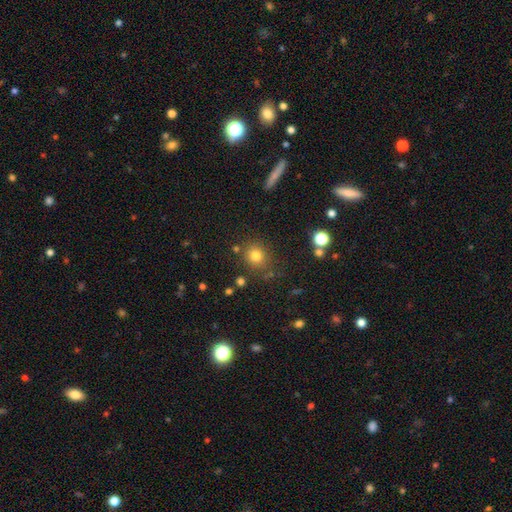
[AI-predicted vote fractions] This is likely a smooth galaxy (78%). How rounded: clearly round (83%). Merging: clearly none (81%).